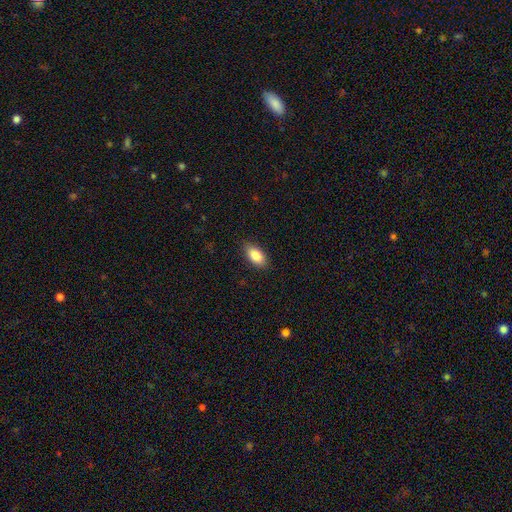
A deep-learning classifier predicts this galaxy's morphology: This appears to be a smooth galaxy with no disk features (86%) that is in between round and cigar-shaped (92%). Merging: none (87%).